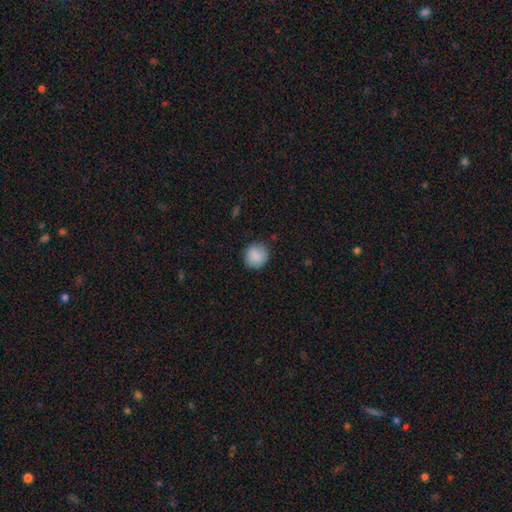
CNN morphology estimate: This appears to be a smooth galaxy with no disk features (88%) that is round (87%). Merging: none (85%).